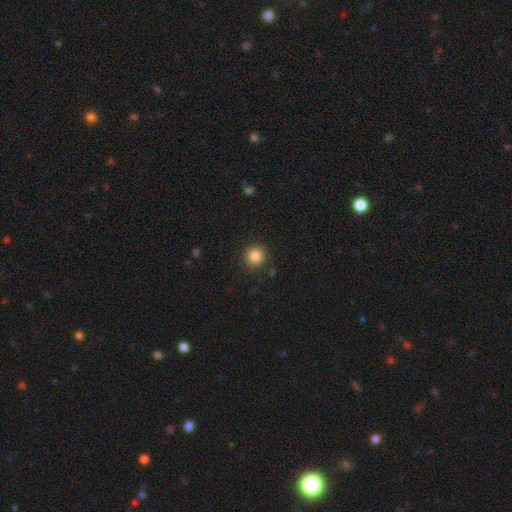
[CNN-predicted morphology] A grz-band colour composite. It shows a smooth galaxy with no disk features (85%) that is round (91%). Merging: none (89%).